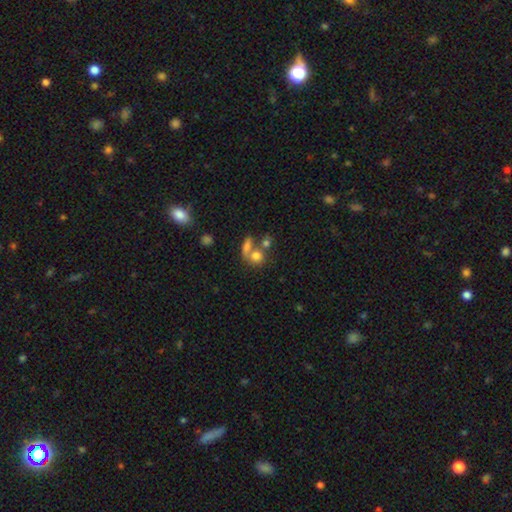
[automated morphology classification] A smooth galaxy with no disk features (74%) that is round (71%).

Vote fractions:
- Smooth or featured? smooth: 74% / featured or disk: 14% / star or artifact: 12%
- How rounded? round: 71% / in between: 27% / cigar-shaped: 3%
- Merging? merger: 47% / none: 38% / minor disturbance: 9% / major disturbance: 6%